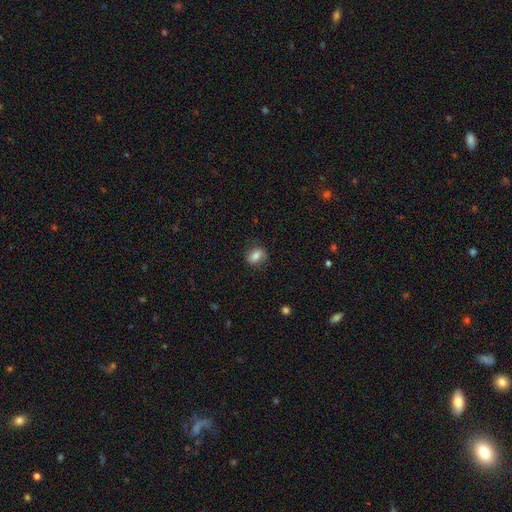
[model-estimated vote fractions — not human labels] smooth 80%, featured or disk 11%, star or artifact 9%. Down the decision tree: how rounded — in between (66%); merging — none (82%).